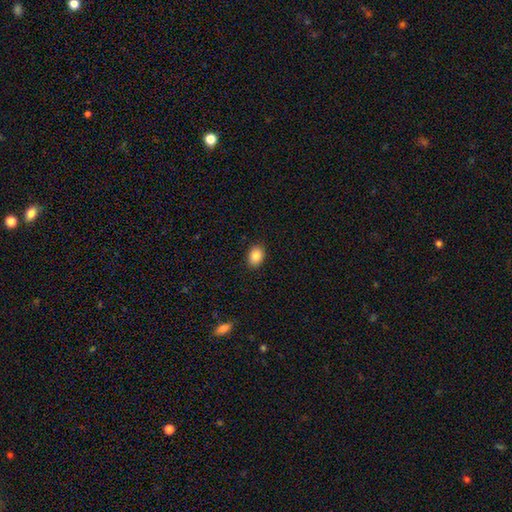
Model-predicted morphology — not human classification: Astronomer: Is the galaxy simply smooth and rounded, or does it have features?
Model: smooth — 87%.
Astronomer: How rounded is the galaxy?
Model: in between — 68%.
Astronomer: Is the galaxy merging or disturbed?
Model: none — 90%.